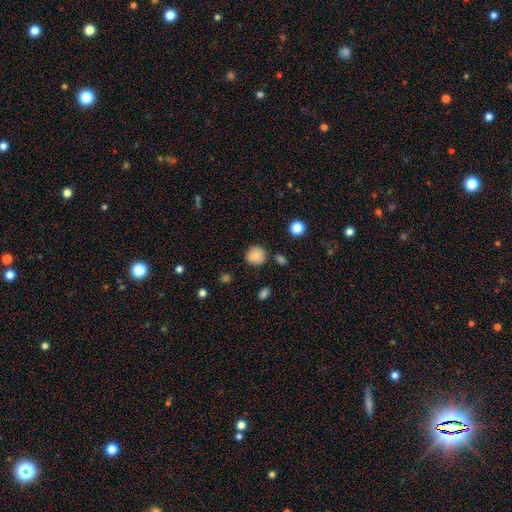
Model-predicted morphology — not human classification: Smooth or featured?
  - smooth: 84% *
  - star or artifact: 10%
  - featured or disk: 6%
How rounded?
  - round: 90% *
  - in between: 9%
  - cigar-shaped: 1%
Merging?
  - none: 82% *
  - minor disturbance: 12%
  - major disturbance: 3%
  - merger: 3%